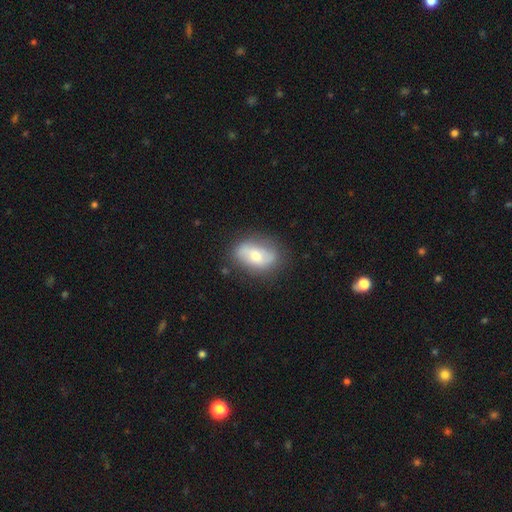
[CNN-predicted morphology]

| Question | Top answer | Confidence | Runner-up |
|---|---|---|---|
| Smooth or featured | smooth | 48% | featured or disk (45%) |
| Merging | none | 72% | minor disturbance (20%) |